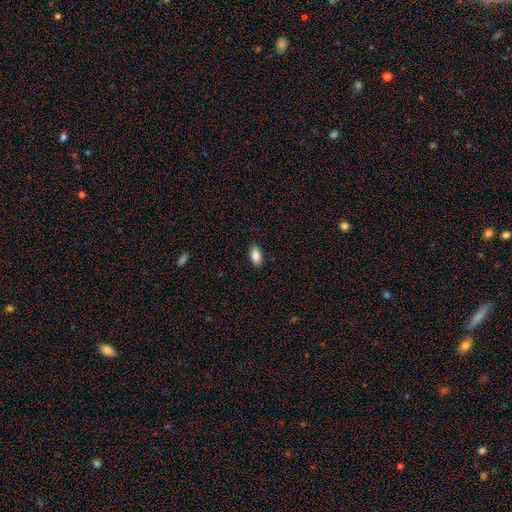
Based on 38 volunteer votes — A smooth galaxy with no disk features (84%) that is in between round and cigar-shaped (91%).

Vote fractions:
- Smooth or featured? smooth: 84% / star or artifact: 11% / featured or disk: 5%
- How rounded? in between: 91% / cigar-shaped: 9% / round: 0%
- Merging? none: 85% / minor disturbance: 12% / major disturbance: 3% / merger: 0%